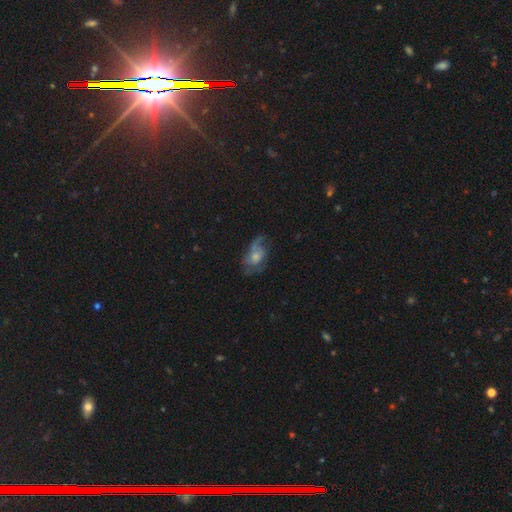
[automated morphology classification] This appears to be a featured or disk galaxy (52%). Merging: none (43%).